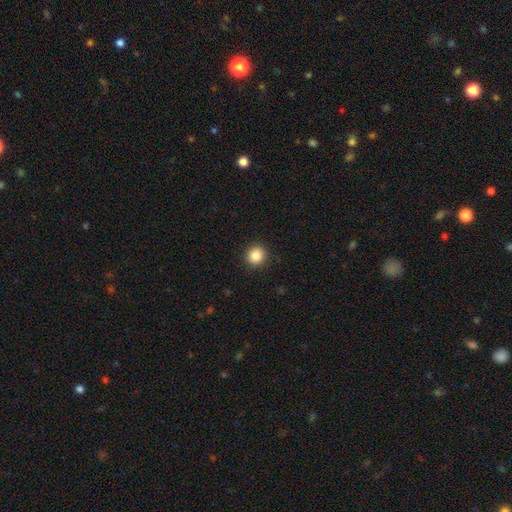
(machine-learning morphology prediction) Overall: smooth (86%). How rounded: round (92%). Merging: none (92%).